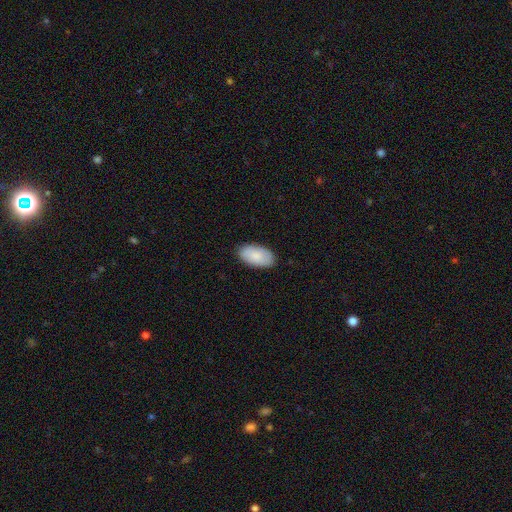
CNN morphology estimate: This appears to be a smooth galaxy with no disk features (85%) that is in between round and cigar-shaped (96%). Merging: none (87%).